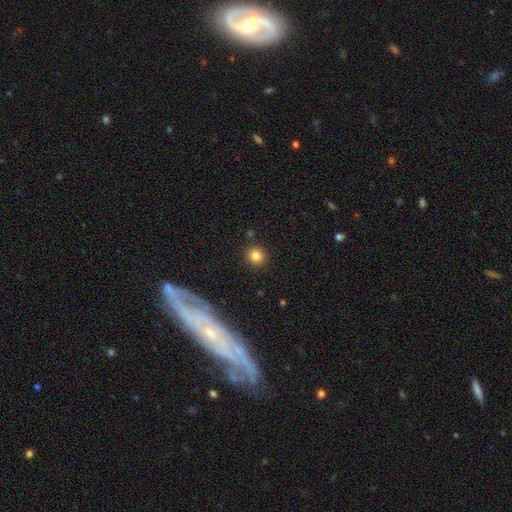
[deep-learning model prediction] A smooth galaxy with no disk features (81%) that is round (92%). Merging: none (89%).